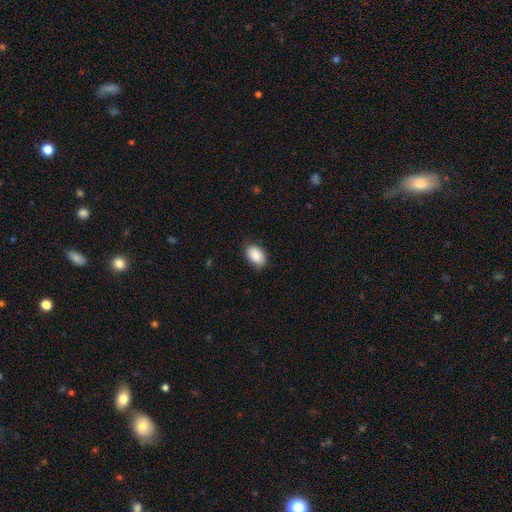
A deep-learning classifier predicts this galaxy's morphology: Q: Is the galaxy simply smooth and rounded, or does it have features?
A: smooth — 88%.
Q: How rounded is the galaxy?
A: in between — 88%.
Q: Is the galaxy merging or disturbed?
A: none — 79%.